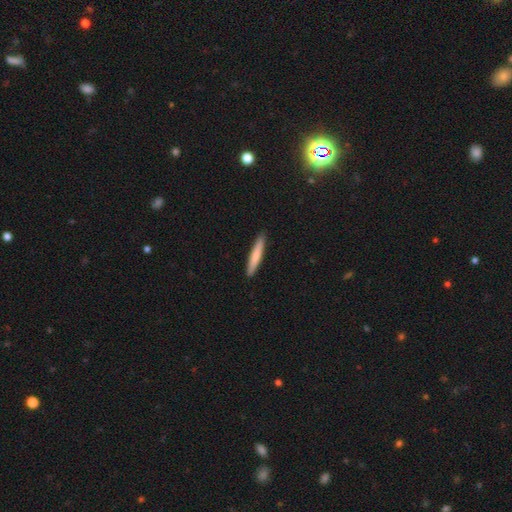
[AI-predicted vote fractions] Smooth or featured? Predicted: smooth (p=0.75). How rounded? Predicted: cigar-shaped (p=0.94). Merging? Predicted: none (p=0.91).